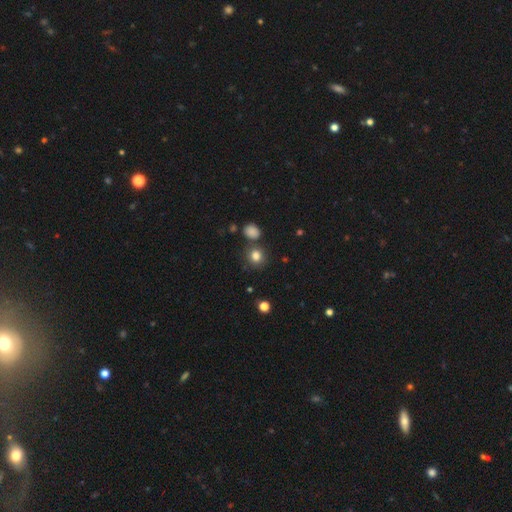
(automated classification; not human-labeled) Morphology: type=smooth (82%); roundness=round (81%); merging=none (76%).